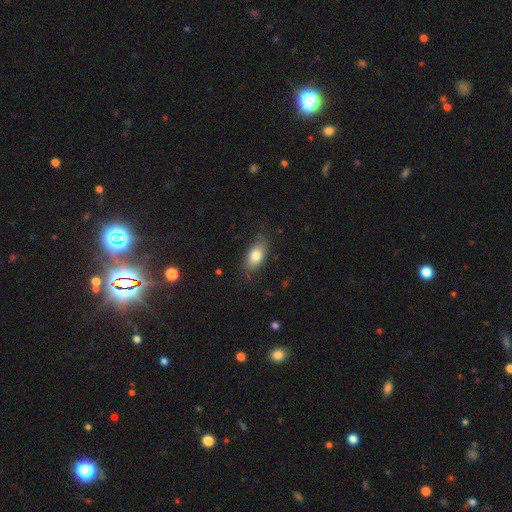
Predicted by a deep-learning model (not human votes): A smooth galaxy with no disk features (79%) that is in between round and cigar-shaped (88%). Merging: none (79%).